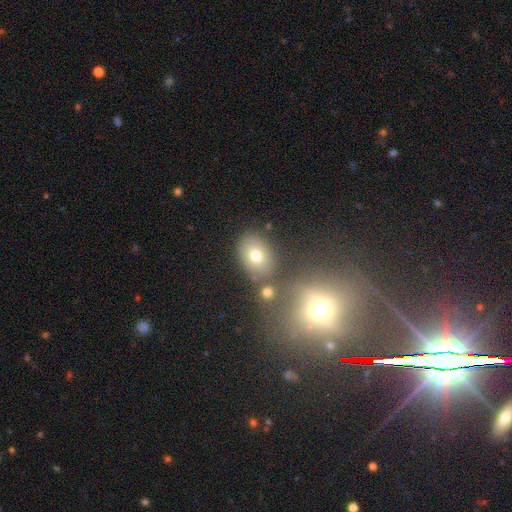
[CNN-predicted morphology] Smooth or featured?
  - smooth: 72% *
  - featured or disk: 14%
  - star or artifact: 14%
How rounded?
  - in between: 64% *
  - round: 35%
  - cigar-shaped: 1%
Merging?
  - none: 76% *
  - minor disturbance: 11%
  - merger: 9%
  - major disturbance: 4%